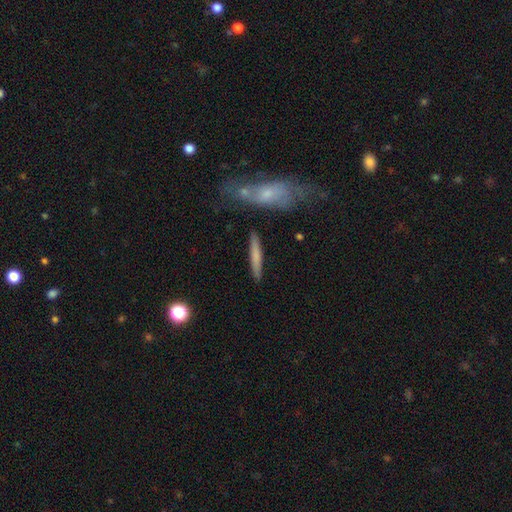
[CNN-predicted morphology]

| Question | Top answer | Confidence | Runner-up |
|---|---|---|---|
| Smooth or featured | smooth | 65% | featured or disk (29%) |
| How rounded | cigar-shaped | 92% | in between (6%) |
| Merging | none | 83% | minor disturbance (10%) |